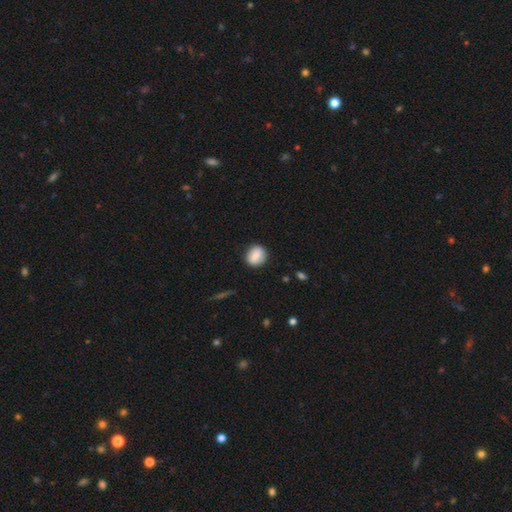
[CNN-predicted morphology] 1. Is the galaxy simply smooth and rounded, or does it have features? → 78% smooth, 14% featured or disk, 8% star or artifact.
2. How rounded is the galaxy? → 75% round, 23% in between, 1% cigar-shaped.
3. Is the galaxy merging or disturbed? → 85% none, 11% minor disturbance, 3% major disturbance, 1% merger.